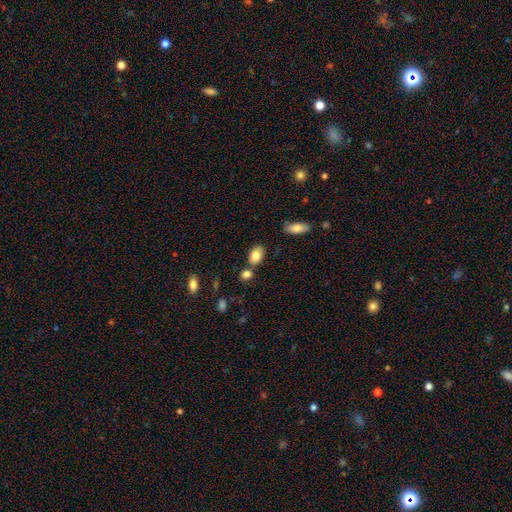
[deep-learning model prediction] A smooth galaxy with no disk features (83%) that is in between round and cigar-shaped (87%).

Vote fractions:
- Smooth or featured? smooth: 83% / featured or disk: 10% / star or artifact: 8%
- How rounded? in between: 87% / round: 12% / cigar-shaped: 2%
- Merging? none: 72% / merger: 13% / minor disturbance: 12% / major disturbance: 3%